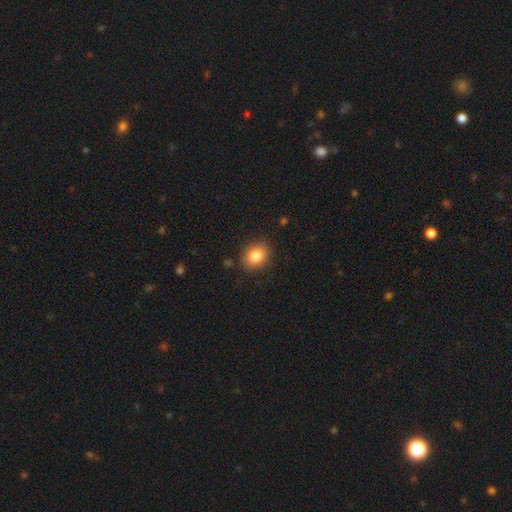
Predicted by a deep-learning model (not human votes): Smooth or featured: smooth — 84% (star or artifact — 9%)
How rounded: in between — 58% (round — 41%)
Merging: none — 85% (minor disturbance — 11%)